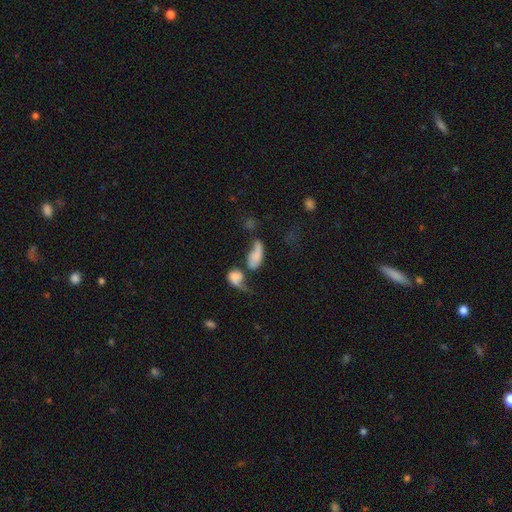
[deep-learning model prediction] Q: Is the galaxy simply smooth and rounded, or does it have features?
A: smooth — 60%.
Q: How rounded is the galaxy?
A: in between — 81%.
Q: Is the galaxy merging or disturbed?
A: merger — 53%.